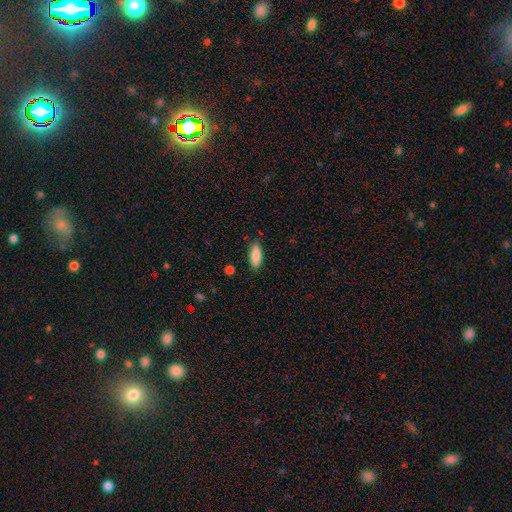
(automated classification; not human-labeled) Overall: smooth (86%). How rounded: in between (65%; cigar-shaped 33%). Merging: none (86%).